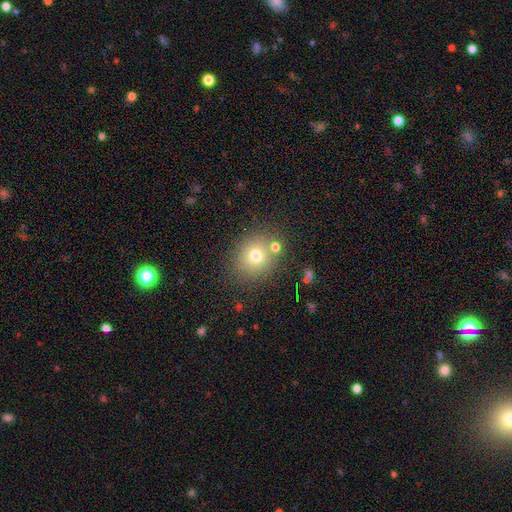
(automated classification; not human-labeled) Smooth or featured?
  - smooth: 71% *
  - star or artifact: 16%
  - featured or disk: 13%
How rounded?
  - round: 77% *
  - in between: 22%
  - cigar-shaped: 1%
Merging?
  - none: 75% *
  - merger: 11%
  - minor disturbance: 10%
  - major disturbance: 4%